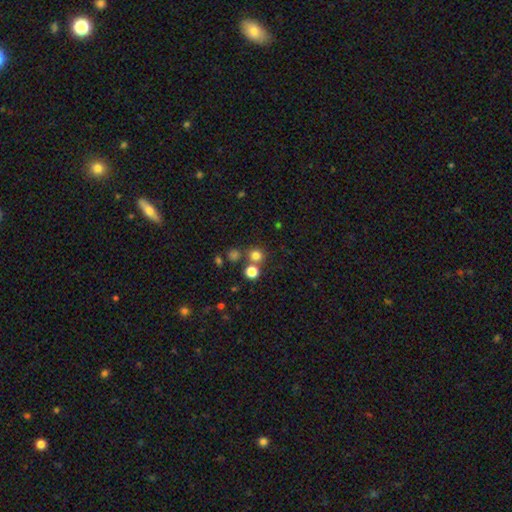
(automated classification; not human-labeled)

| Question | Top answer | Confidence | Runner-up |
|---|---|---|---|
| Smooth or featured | smooth | 76% | star or artifact (18%) |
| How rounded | round | 91% | in between (8%) |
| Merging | none | 70% | merger (20%) |